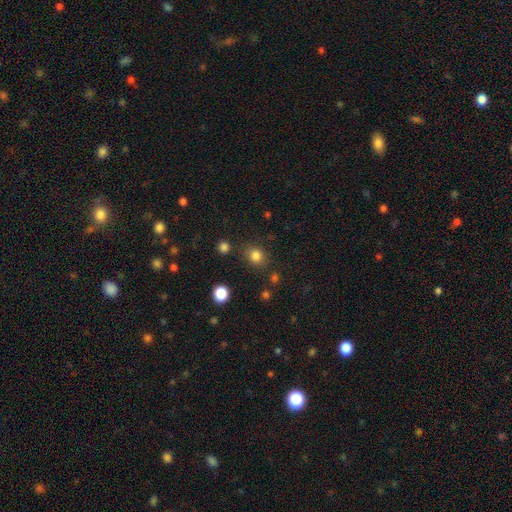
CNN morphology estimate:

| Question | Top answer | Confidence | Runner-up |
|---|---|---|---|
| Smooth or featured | smooth | 82% | star or artifact (13%) |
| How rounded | round | 74% | in between (25%) |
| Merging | none | 80% | minor disturbance (11%) |